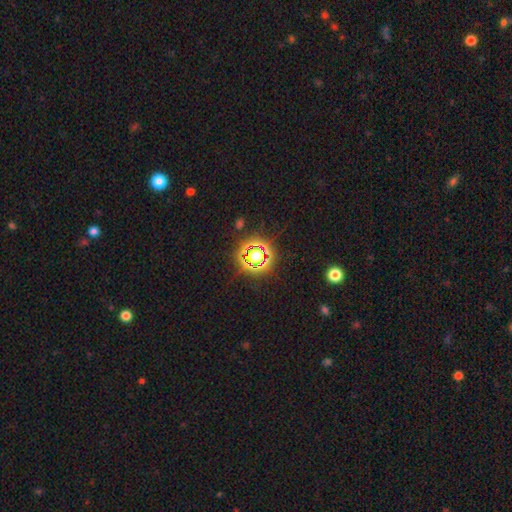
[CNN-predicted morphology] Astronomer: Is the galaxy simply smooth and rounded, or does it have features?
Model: star or artifact — 68%.